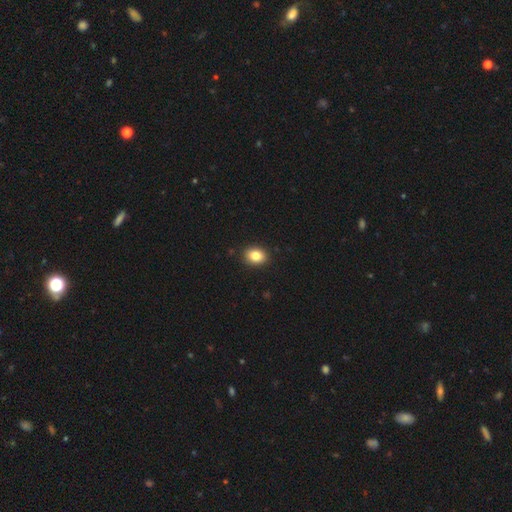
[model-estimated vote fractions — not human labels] Smooth or featured? smooth (83%)
How rounded? in between (57%)
Merging? none (91%)